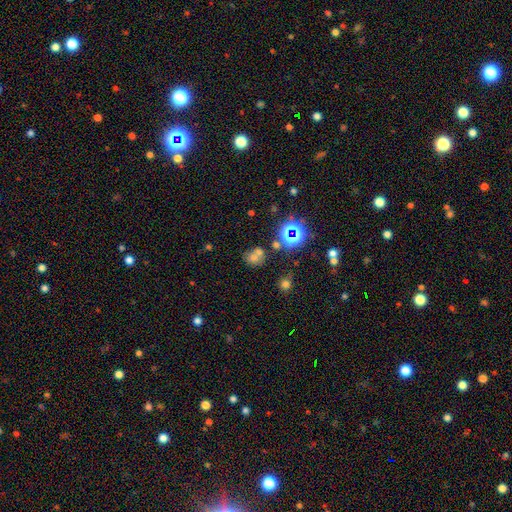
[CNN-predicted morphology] smooth_or_featured: smooth (p=0.56) [alt: star or artifact p=0.29]
how_rounded: round (p=0.71) [alt: in between p=0.28]
merging: none (p=0.48) [alt: merger p=0.37]